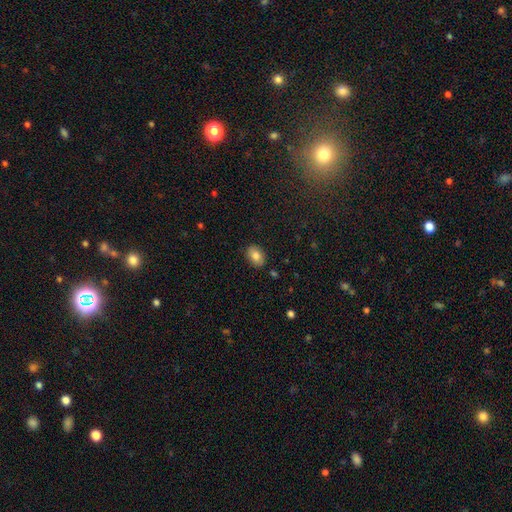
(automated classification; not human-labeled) Morphology: type=smooth (82%); roundness=in between (79%); merging=none (87%).